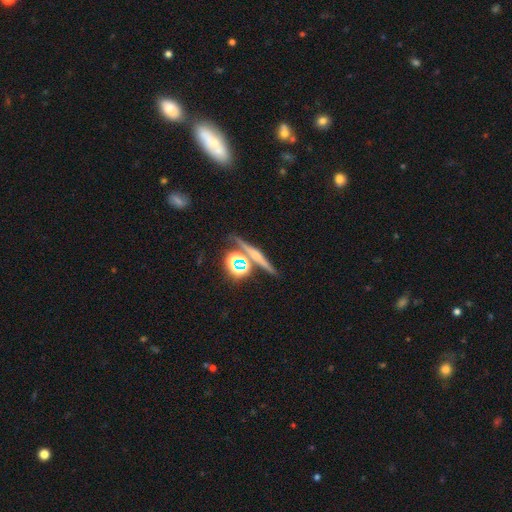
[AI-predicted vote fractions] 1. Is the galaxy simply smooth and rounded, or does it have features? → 36% featured or disk, 34% smooth, 29% star or artifact.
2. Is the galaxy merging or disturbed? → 77% none, 11% merger, 9% minor disturbance, 3% major disturbance.